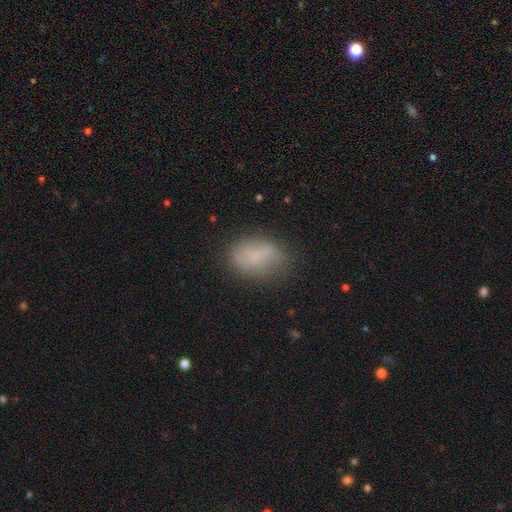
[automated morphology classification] Smooth or featured?
  - smooth: 69% *
  - featured or disk: 21%
  - star or artifact: 10%
How rounded?
  - in between: 84% *
  - round: 14%
  - cigar-shaped: 2%
Merging?
  - none: 64% *
  - minor disturbance: 24%
  - major disturbance: 9%
  - merger: 3%